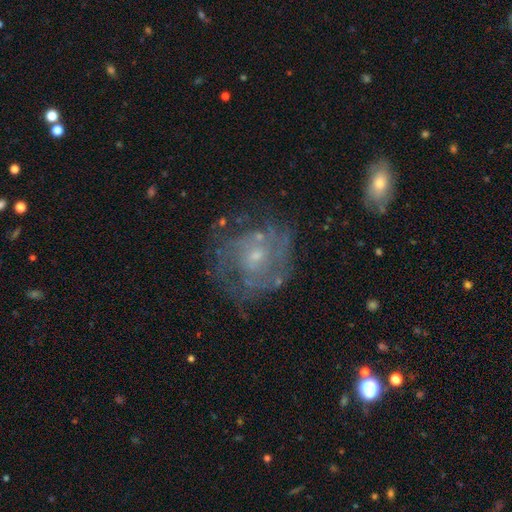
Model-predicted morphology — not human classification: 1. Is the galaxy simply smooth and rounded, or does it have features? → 71% featured or disk, 18% smooth, 10% star or artifact.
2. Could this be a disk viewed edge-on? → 97% no, 3% yes.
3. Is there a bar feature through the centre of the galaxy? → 74% no, 22% weak, 3% strong.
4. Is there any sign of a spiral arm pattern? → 66% yes, 34% no.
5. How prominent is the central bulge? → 67% small, 26% moderate, 5% none, 1% large, 1% dominant.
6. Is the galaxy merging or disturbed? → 63% none, 19% minor disturbance, 15% major disturbance, 3% merger.